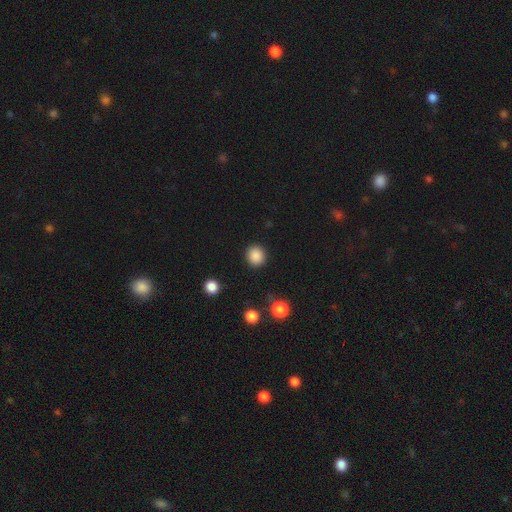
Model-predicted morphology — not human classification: This is clearly a smooth galaxy (88%). How rounded: clearly round (88%). Merging: clearly none (90%).